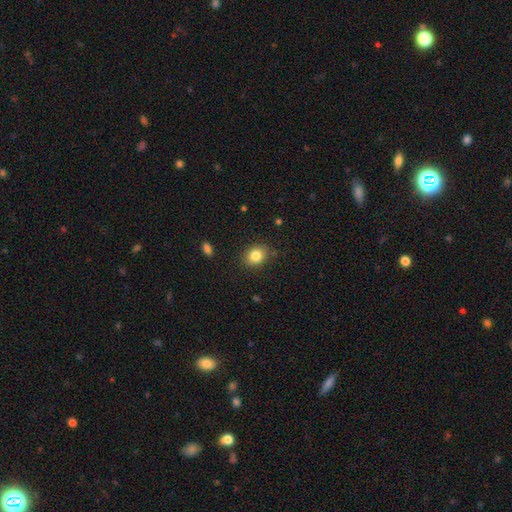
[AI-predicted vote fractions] A smooth galaxy with no disk features (83%) that is round (55%). Merging: none (85%).